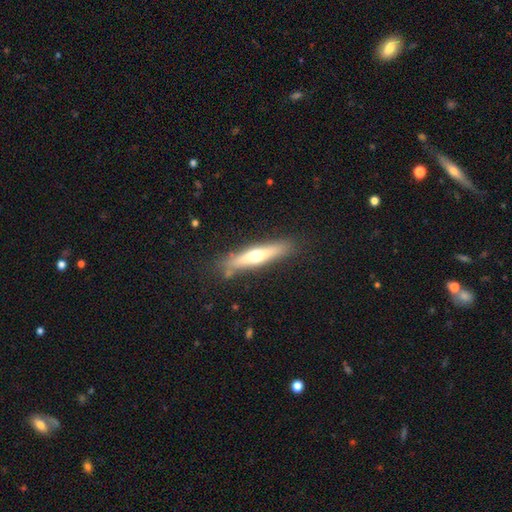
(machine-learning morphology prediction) Overall: featured or disk (49%; smooth 45%). Merging: none (82%).